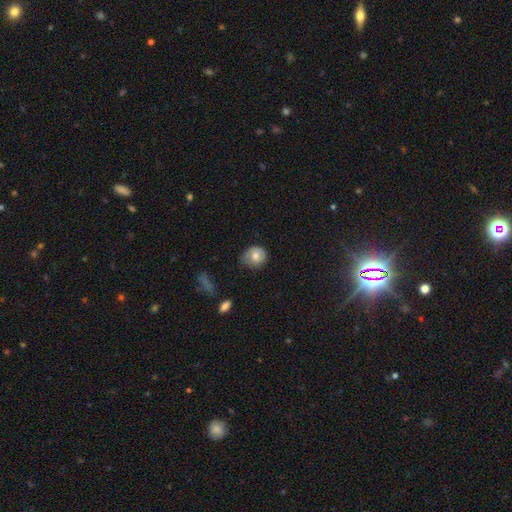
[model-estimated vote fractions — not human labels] smooth-or-featured: smooth: 70% | featured or disk: 22% | star or artifact: 8%
  how-rounded: round: 74% | in between: 25% | cigar-shaped: 1%
  merging: none: 60% | minor disturbance: 31% | major disturbance: 8% | merger: 2%